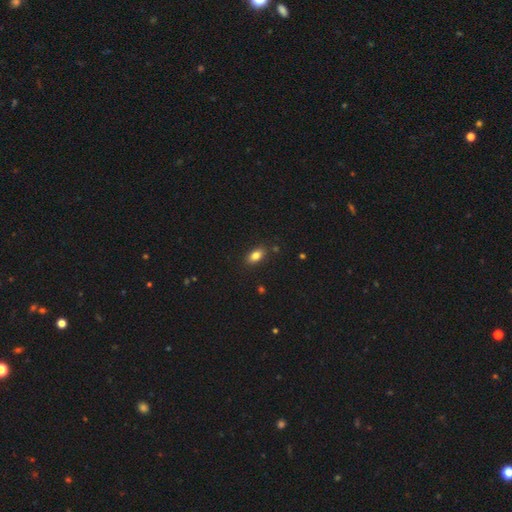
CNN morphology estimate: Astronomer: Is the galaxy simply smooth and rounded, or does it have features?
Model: smooth — 82%.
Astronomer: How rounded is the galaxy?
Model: in between — 87%.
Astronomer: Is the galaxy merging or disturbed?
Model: none — 86%.